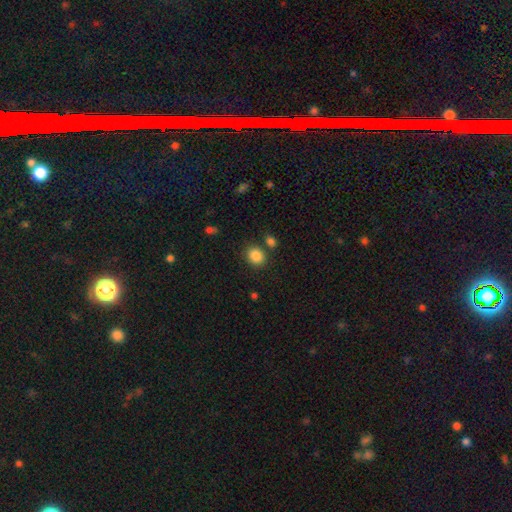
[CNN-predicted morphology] Smooth or featured?
  - smooth: 86% *
  - star or artifact: 10%
  - featured or disk: 5%
How rounded?
  - round: 62% *
  - in between: 37%
  - cigar-shaped: 1%
Merging?
  - none: 77% *
  - minor disturbance: 11%
  - merger: 9%
  - major disturbance: 4%